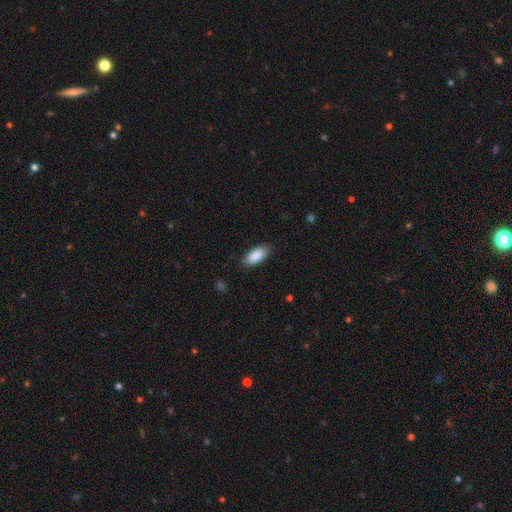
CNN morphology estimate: Smooth or featured?
  - smooth: 90% *
  - star or artifact: 6%
  - featured or disk: 4%
How rounded?
  - in between: 89% *
  - cigar-shaped: 9%
  - round: 2%
Merging?
  - none: 85% *
  - minor disturbance: 11%
  - major disturbance: 3%
  - merger: 1%